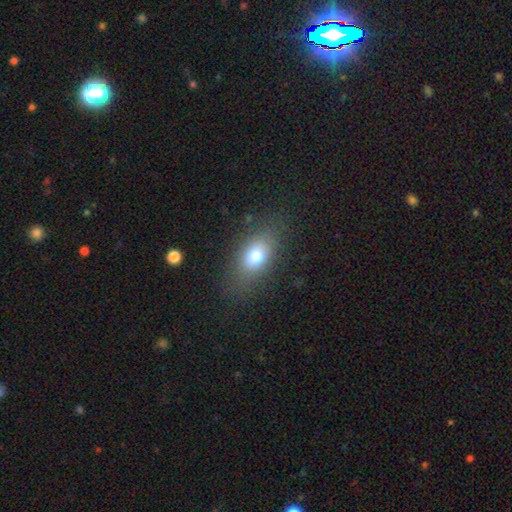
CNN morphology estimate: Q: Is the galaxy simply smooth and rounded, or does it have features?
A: smooth — 75%.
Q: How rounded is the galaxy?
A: in between — 81%.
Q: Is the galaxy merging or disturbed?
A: none — 79%.